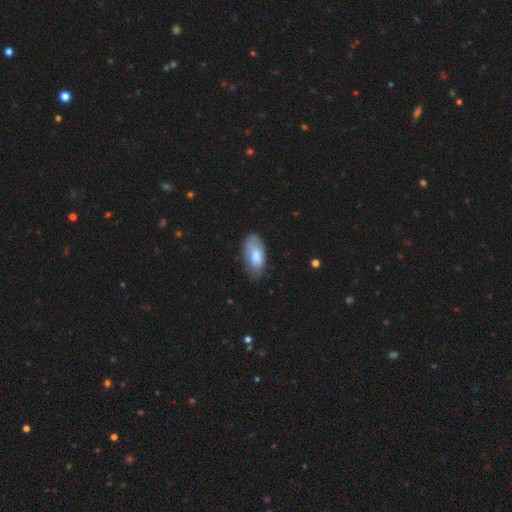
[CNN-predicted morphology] smooth 74%, featured or disk 20%, star or artifact 6%. Down the decision tree: how rounded — in between (93%); merging — none (67%).